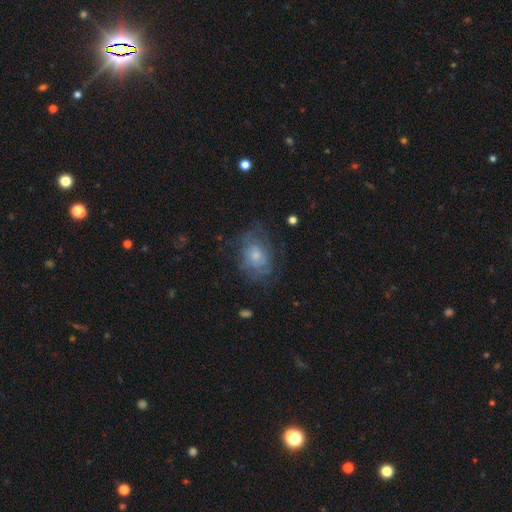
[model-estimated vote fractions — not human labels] Smooth or featured: featured or disk — 50% (smooth — 40%)
Merging: none — 60% (minor disturbance — 23%)